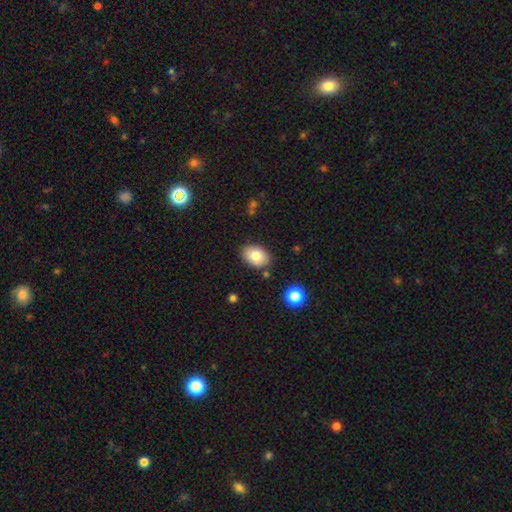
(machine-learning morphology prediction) smooth_or_featured: smooth (p=0.81) [alt: featured or disk p=0.11]
how_rounded: in between (p=0.84) [alt: round p=0.15]
merging: none (p=0.82) [alt: minor disturbance p=0.12]